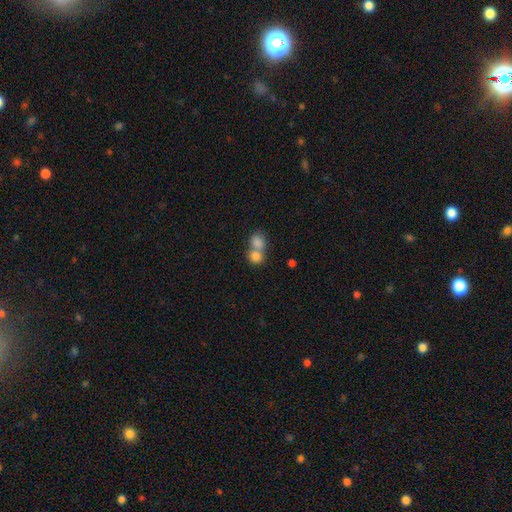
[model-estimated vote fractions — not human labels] Smooth or featured?
  - smooth: 82% *
  - featured or disk: 10%
  - star or artifact: 9%
How rounded?
  - round: 67% *
  - in between: 32%
  - cigar-shaped: 1%
Merging?
  - merger: 65% *
  - none: 27%
  - minor disturbance: 5%
  - major disturbance: 3%